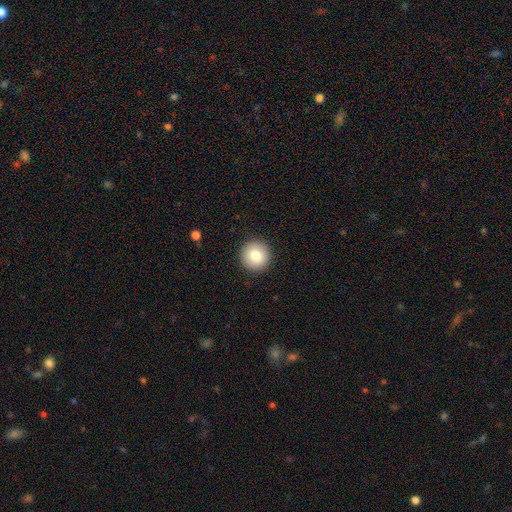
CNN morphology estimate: This is clearly a smooth galaxy (81%). How rounded: clearly round (96%). Merging: clearly none (92%).